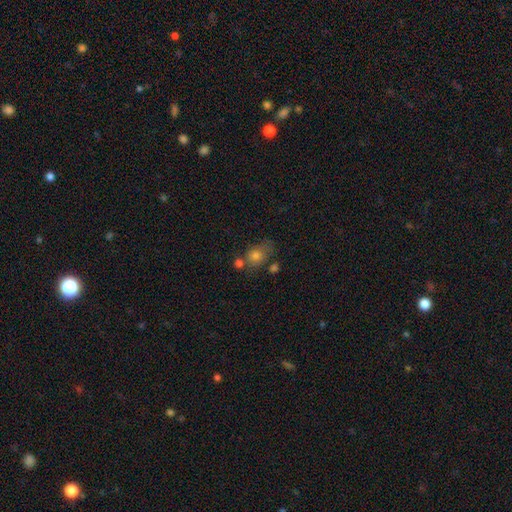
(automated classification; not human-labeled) This is likely a smooth galaxy (73%). How rounded: possibly in between (54%). Merging: possibly none (49%).